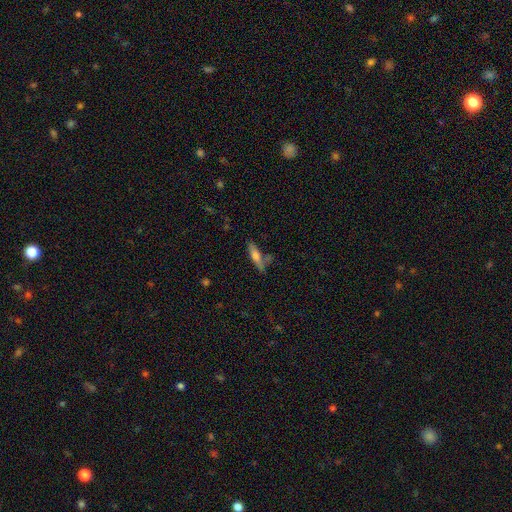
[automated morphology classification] This is possibly a smooth galaxy (56%). How rounded: likely cigar-shaped (75%). Merging: likely none (65%).